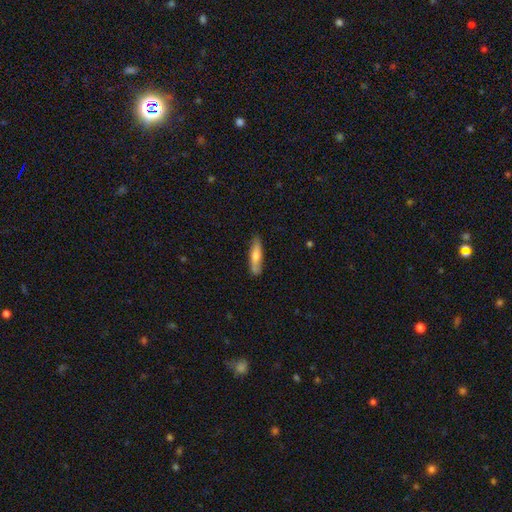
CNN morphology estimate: This is likely a smooth galaxy (62%). How rounded: likely cigar-shaped (78%). Merging: clearly none (80%).